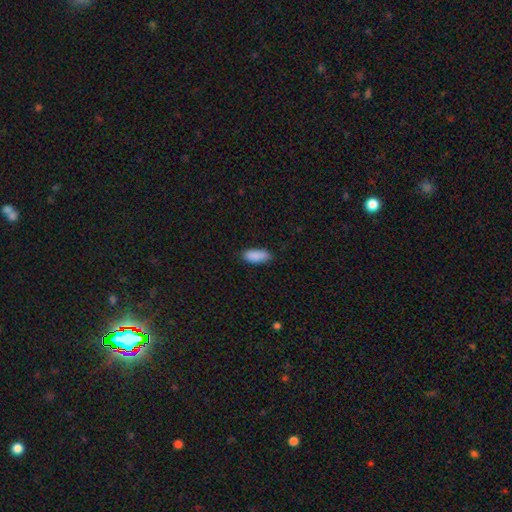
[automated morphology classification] A smooth galaxy with no disk features (89%) that is in between round and cigar-shaped (80%). Merging: none (80%).